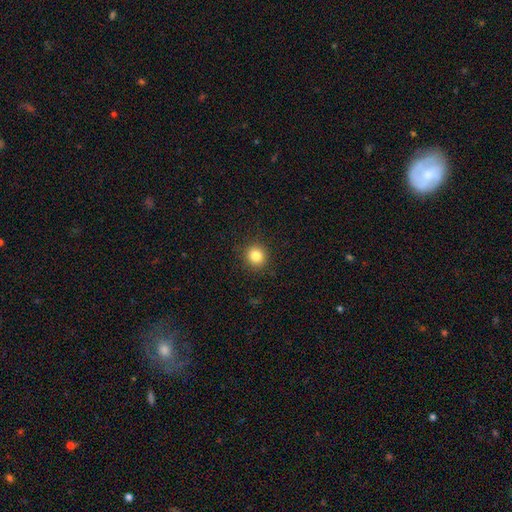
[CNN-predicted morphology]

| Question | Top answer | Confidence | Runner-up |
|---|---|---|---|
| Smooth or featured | smooth | 83% | star or artifact (11%) |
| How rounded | round | 90% | in between (9%) |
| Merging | none | 91% | minor disturbance (6%) |